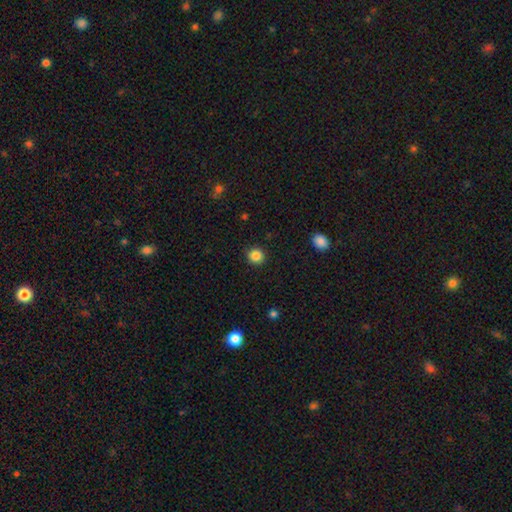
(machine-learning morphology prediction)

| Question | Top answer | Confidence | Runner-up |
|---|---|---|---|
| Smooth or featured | smooth | 85% | star or artifact (11%) |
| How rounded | round | 89% | in between (10%) |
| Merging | none | 91% | minor disturbance (6%) |